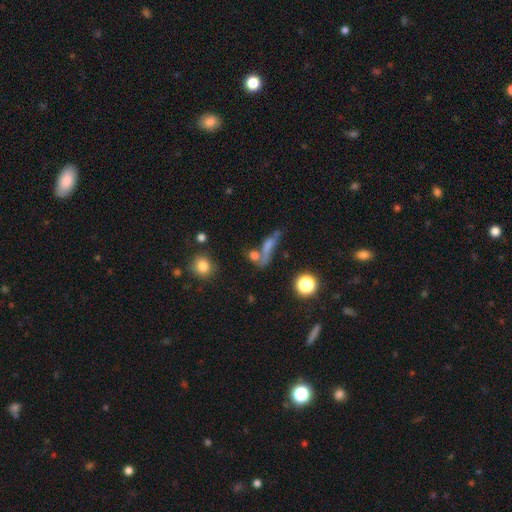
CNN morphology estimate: This appears to be a smooth galaxy with no disk features (55%) that is cigar-shaped (46%). Merging: none (39%).